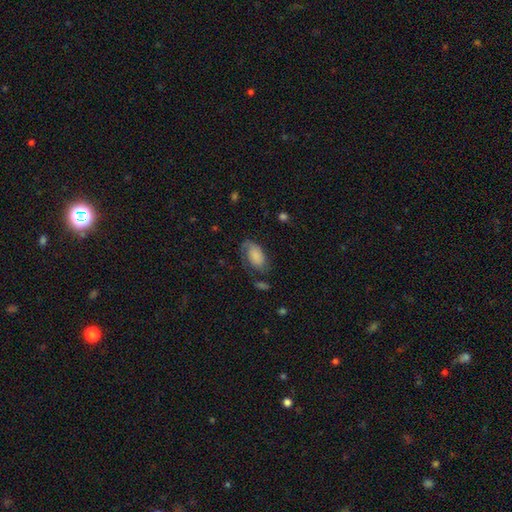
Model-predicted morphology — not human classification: Smooth or featured? Predicted: smooth (p=0.62). How rounded? Predicted: in between (p=0.93). Merging? Predicted: none (p=0.48).